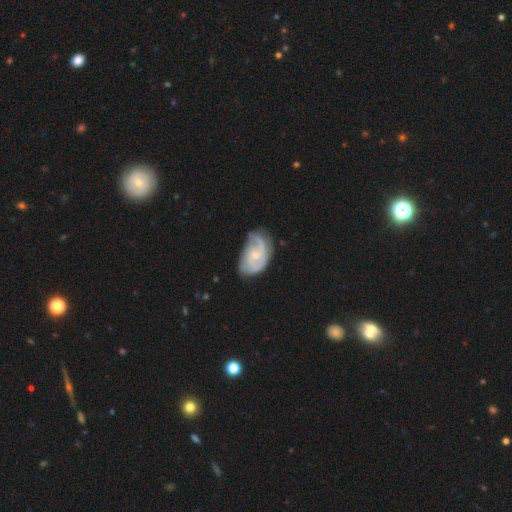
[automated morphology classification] Smooth or featured?
  - featured or disk: 71% *
  - smooth: 23%
  - star or artifact: 6%
Edge-on disk?
  - no: 97% *
  - yes: 3%
Bar?
  - no: 62% *
  - weak: 34%
  - strong: 4%
Spiral arms?
  - yes: 90% *
  - no: 10%
Spiral winding?
  - medium: 41% *
  - tight: 39%
  - loose: 20%
Spiral arm count?
  - 2: 45% *
  - can't tell: 25%
  - 3: 13%
  - 1: 12%
  - 4: 3%
  - more than 4: 2%
Bulge size?
  - small: 55% *
  - moderate: 32%
  - none: 10%
  - large: 2%
  - dominant: 1%
Merging?
  - none: 53% *
  - minor disturbance: 31%
  - major disturbance: 15%
  - merger: 2%